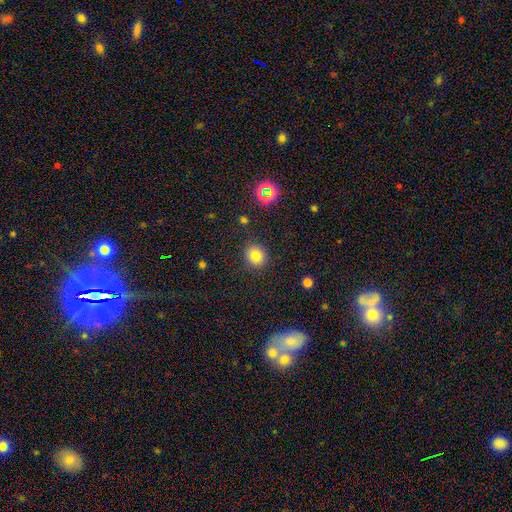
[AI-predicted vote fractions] Morphology: type=smooth (79%); roundness=round (81%); merging=none (87%).